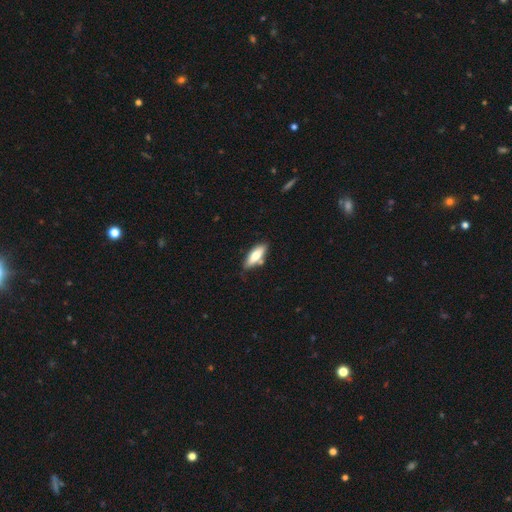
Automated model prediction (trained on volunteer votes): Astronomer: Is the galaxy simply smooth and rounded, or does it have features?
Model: smooth — 72%.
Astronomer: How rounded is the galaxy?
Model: in between — 63%.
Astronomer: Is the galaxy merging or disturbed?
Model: none — 73%.